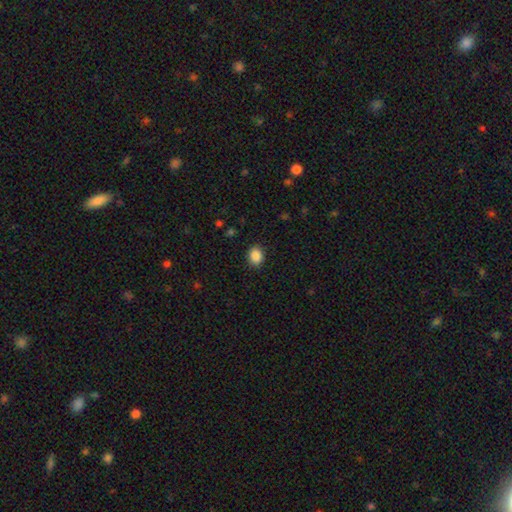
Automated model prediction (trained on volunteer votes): smooth_or_featured: smooth (p=0.88) [alt: star or artifact p=0.09]
how_rounded: in between (p=0.53) [alt: round p=0.46]
merging: none (p=0.89) [alt: minor disturbance p=0.08]